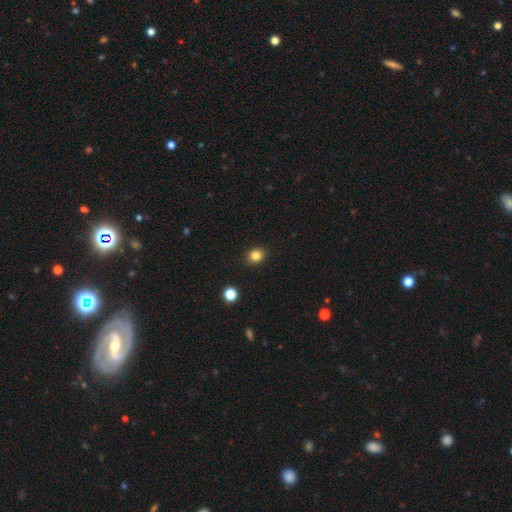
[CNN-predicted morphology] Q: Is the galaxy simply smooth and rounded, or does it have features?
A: smooth — 84%.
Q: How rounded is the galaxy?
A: round — 72%.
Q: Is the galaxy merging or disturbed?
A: none — 91%.